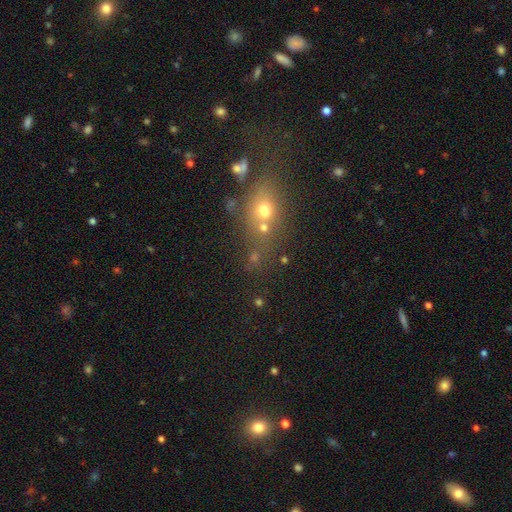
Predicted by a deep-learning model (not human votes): Overall: smooth (48%; star or artifact 35%). Merging: none (50%; merger 31%).